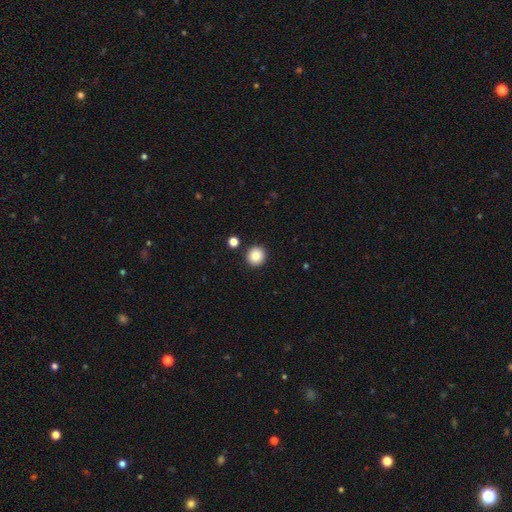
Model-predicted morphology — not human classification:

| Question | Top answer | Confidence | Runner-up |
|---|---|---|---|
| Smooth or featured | smooth | 88% | star or artifact (9%) |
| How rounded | round | 92% | in between (7%) |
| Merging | none | 90% | minor disturbance (6%) |